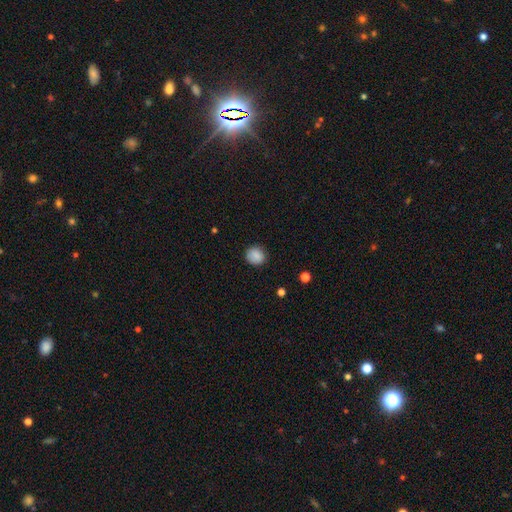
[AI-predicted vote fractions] A smooth galaxy with no disk features (87%) that is round (81%). Merging: none (86%).